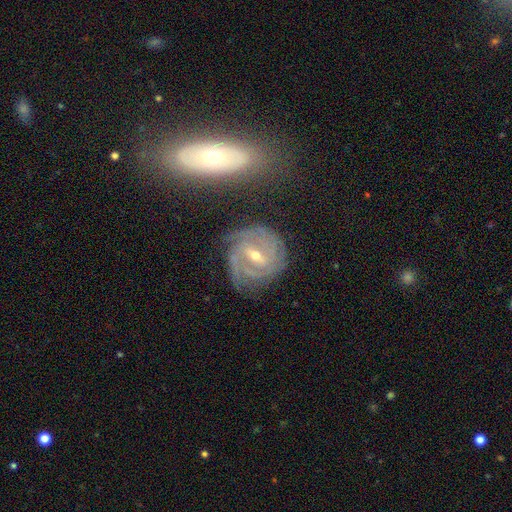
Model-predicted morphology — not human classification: Smooth or featured? featured or disk (87%)
Edge-on disk? no (96%)
Bar? weak (45%)
Spiral arms? yes (96%)
Spiral winding? tight (72%)
Spiral arm count? 3 (31%)
Bulge size? small (50%)
Merging? none (71%)